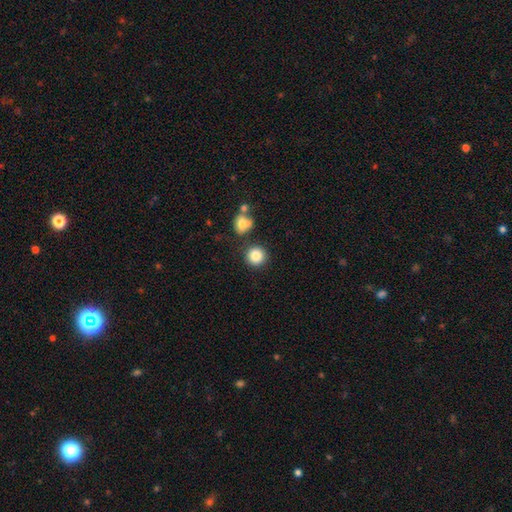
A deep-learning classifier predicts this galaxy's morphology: Overall: smooth (85%). How rounded: round (93%). Merging: none (81%).